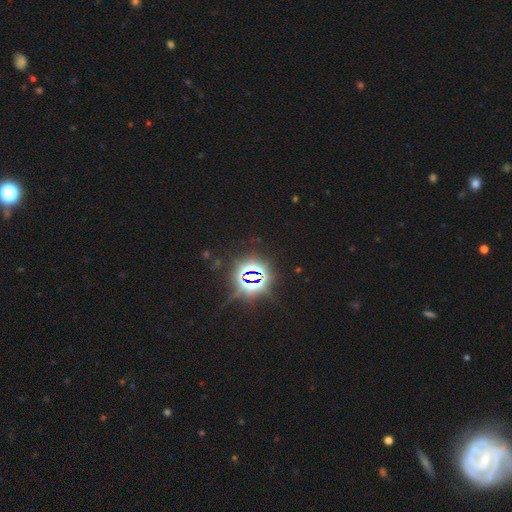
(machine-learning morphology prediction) Smooth or featured? star or artifact (84%)